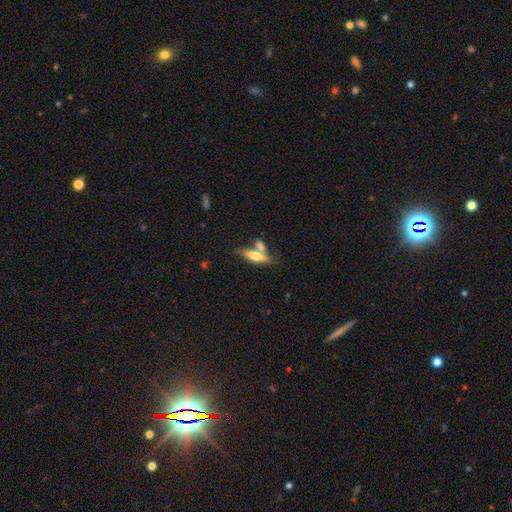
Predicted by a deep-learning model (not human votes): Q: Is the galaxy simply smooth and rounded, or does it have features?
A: smooth — 50%.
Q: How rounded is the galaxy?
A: cigar-shaped — 61%.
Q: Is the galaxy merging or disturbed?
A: none — 52%.